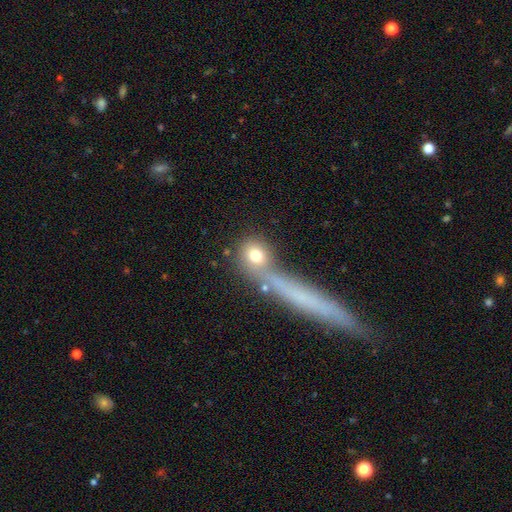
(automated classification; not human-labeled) Overall: smooth (73%). How rounded: round (70%). Merging: none (54%; merger 25%).